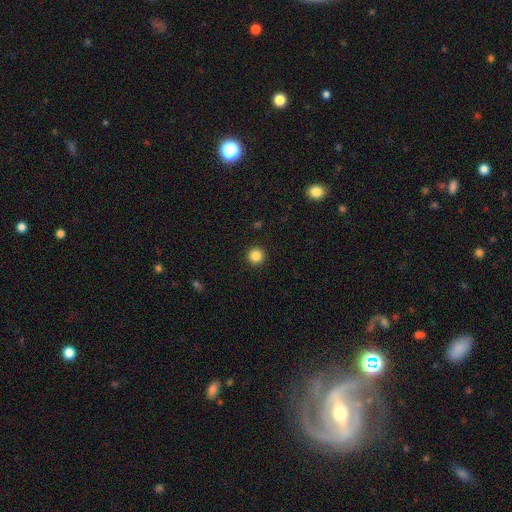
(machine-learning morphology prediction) smooth 85%, star or artifact 11%, featured or disk 4%. Down the decision tree: how rounded — round (95%); merging — none (93%).